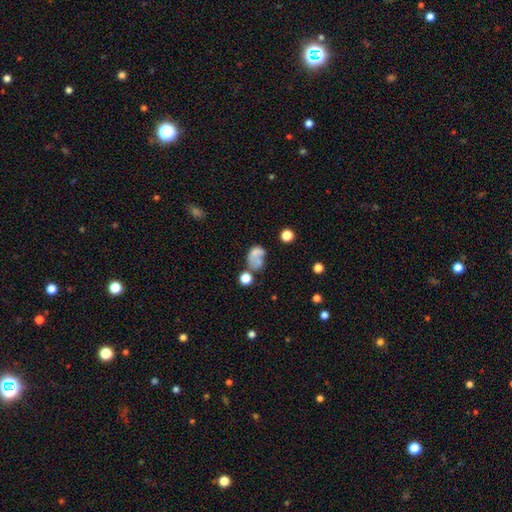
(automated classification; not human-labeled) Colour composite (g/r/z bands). It shows a smooth galaxy with no disk features (62%) that is in between round and cigar-shaped (68%). Merging: merger (33%).